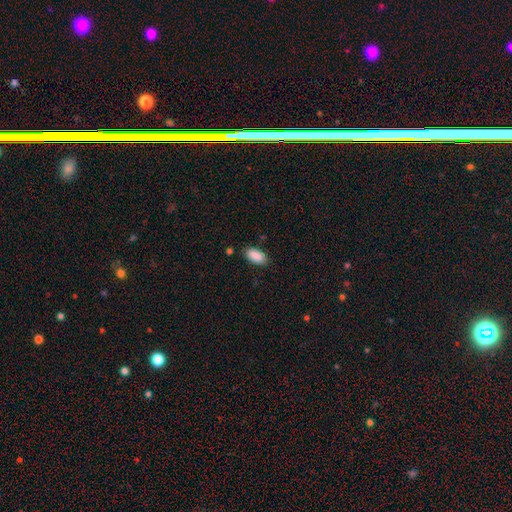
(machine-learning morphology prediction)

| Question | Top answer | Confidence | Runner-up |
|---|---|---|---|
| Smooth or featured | smooth | 90% | star or artifact (7%) |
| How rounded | in between | 91% | cigar-shaped (7%) |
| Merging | none | 83% | minor disturbance (12%) |